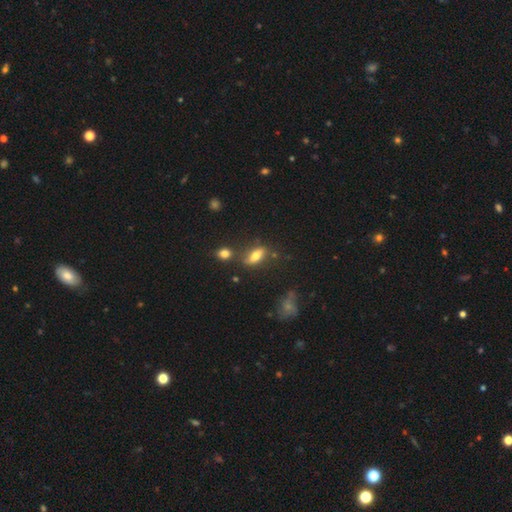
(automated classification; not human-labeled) Smooth or featured: smooth — 69% (featured or disk — 21%)
How rounded: in between — 72% (cigar-shaped — 23%)
Merging: none — 63% (minor disturbance — 18%)